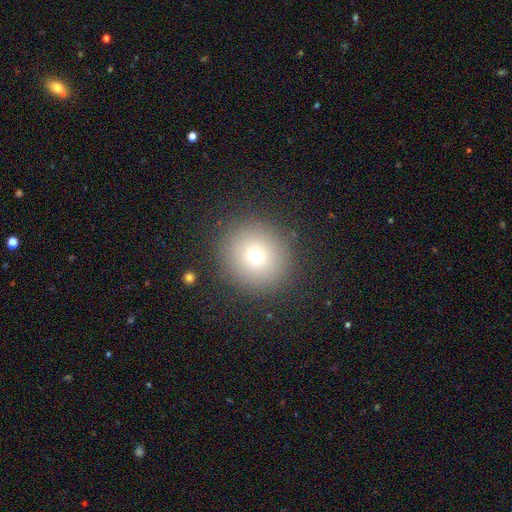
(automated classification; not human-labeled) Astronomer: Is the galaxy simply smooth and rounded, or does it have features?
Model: smooth — 71%.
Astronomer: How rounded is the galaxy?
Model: round — 92%.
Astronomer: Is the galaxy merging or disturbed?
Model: none — 90%.